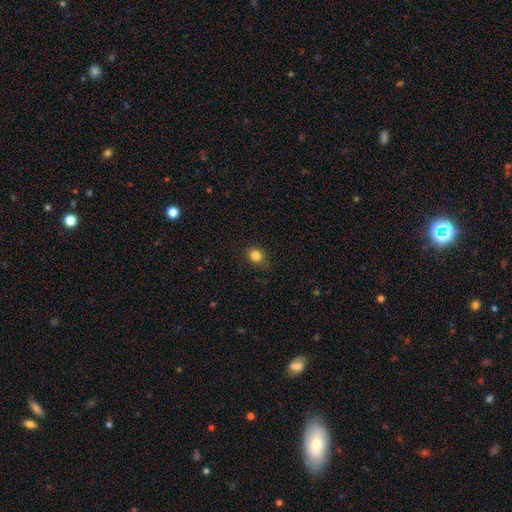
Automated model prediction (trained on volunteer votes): smooth 83%, star or artifact 12%, featured or disk 5%. Down the decision tree: how rounded — round (60%); merging — none (81%).